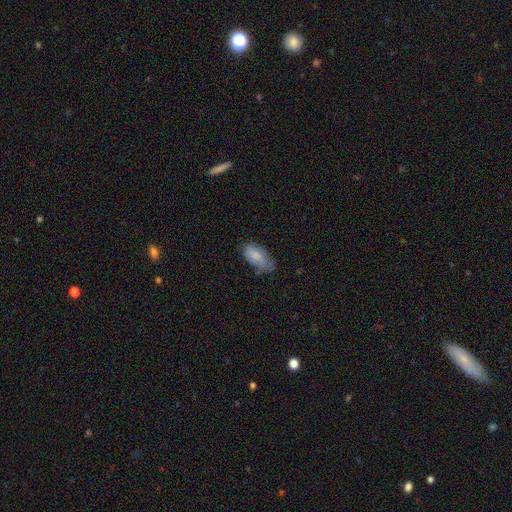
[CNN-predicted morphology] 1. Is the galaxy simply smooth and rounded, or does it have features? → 81% smooth, 12% featured or disk, 7% star or artifact.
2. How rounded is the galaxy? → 89% in between, 8% cigar-shaped, 2% round.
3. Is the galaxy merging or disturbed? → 52% none, 36% minor disturbance, 10% major disturbance, 2% merger.